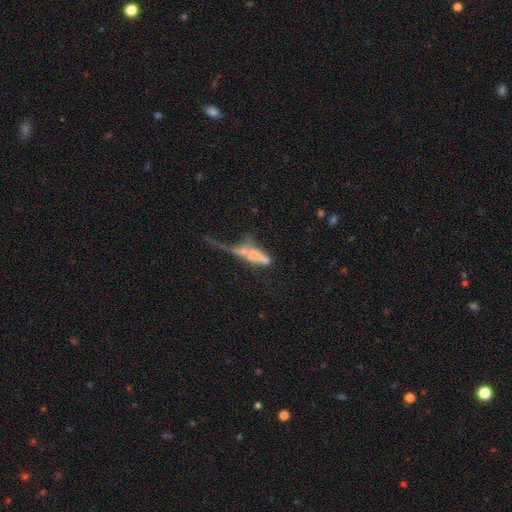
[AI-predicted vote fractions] Morphology: type=smooth (54%); roundness=in between (50%); merging=major disturbance (37%).